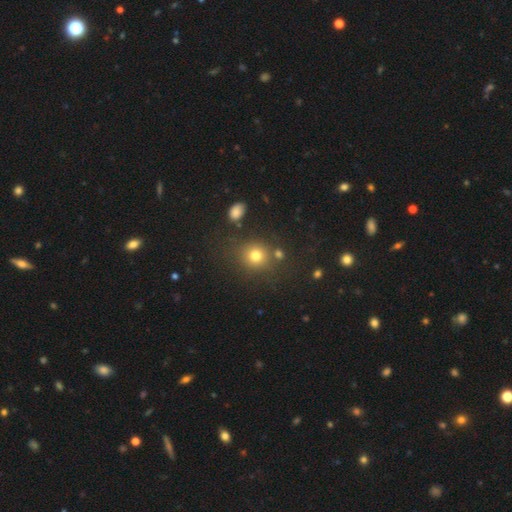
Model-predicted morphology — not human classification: This appears to be a smooth galaxy with no disk features (77%) that is round (83%). Merging: none (76%).